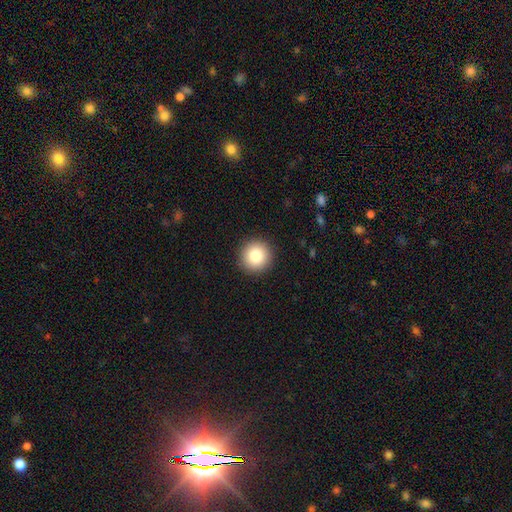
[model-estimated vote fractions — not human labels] Smooth or featured?
  - smooth: 83% *
  - star or artifact: 9%
  - featured or disk: 8%
How rounded?
  - round: 95% *
  - in between: 4%
  - cigar-shaped: 1%
Merging?
  - none: 92% *
  - minor disturbance: 5%
  - major disturbance: 2%
  - merger: 1%